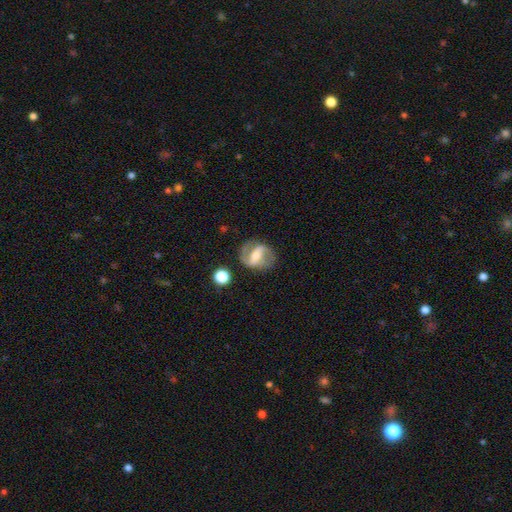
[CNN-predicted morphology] smooth-or-featured: featured or disk: 76% | smooth: 18% | star or artifact: 6%
  disk-edge-on: no: 96% | yes: 4%
    bar: strong: 58% | weak: 30% | no: 13%
    has-spiral-arms: yes: 85% | no: 15%
      spiral-winding: medium: 44% | loose: 36% | tight: 20%
      spiral-arm-count: 2: 87% | can't tell: 6% | 1: 4% | 3: 1% | 4: 1% | more than 4: 1%
    bulge-size: moderate: 46% | small: 41% | large: 6% | none: 5% | dominant: 2%
  merging: none: 75% | minor disturbance: 15% | major disturbance: 8% | merger: 3%